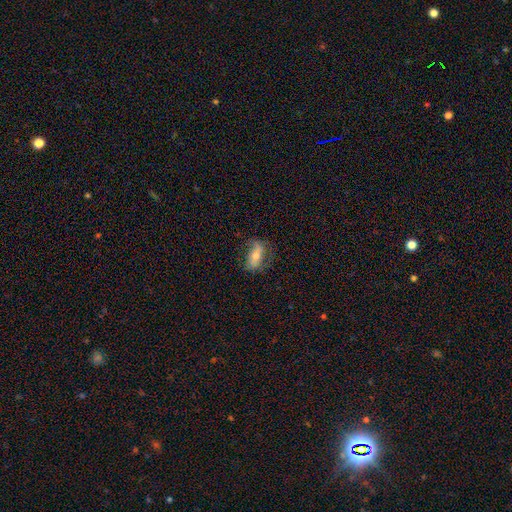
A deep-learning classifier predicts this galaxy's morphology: Smooth or featured?
  - smooth: 48% *
  - featured or disk: 43%
  - star or artifact: 9%
Merging?
  - none: 64% *
  - minor disturbance: 22%
  - major disturbance: 12%
  - merger: 1%